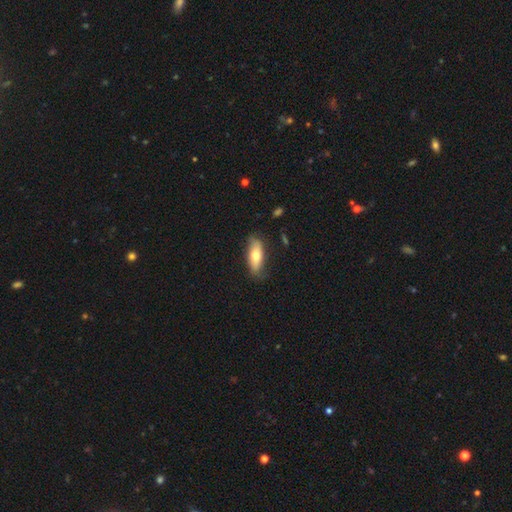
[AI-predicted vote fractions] smooth 67%, featured or disk 27%, star or artifact 6%. Down the decision tree: how rounded — in between (72%); merging — none (77%).